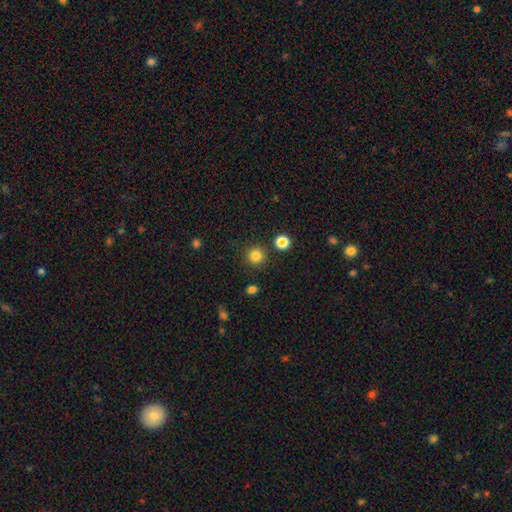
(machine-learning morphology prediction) This appears to be a smooth galaxy with no disk features (83%) that is round (95%). Merging: none (88%).